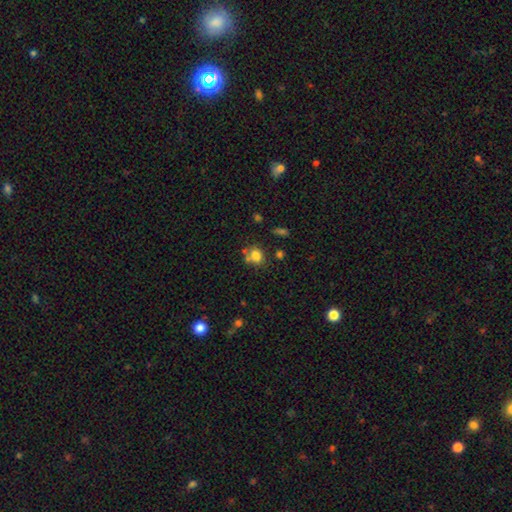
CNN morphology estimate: Smooth or featured? smooth (78%)
How rounded? round (58%)
Merging? none (58%)